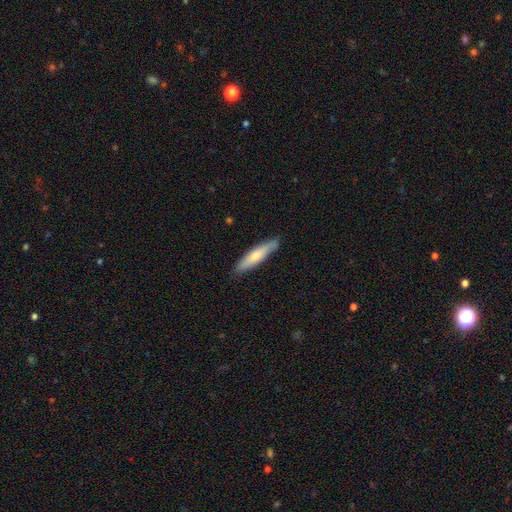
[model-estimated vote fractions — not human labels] Morphology: type=smooth (66%); roundness=cigar-shaped (81%); merging=none (84%).